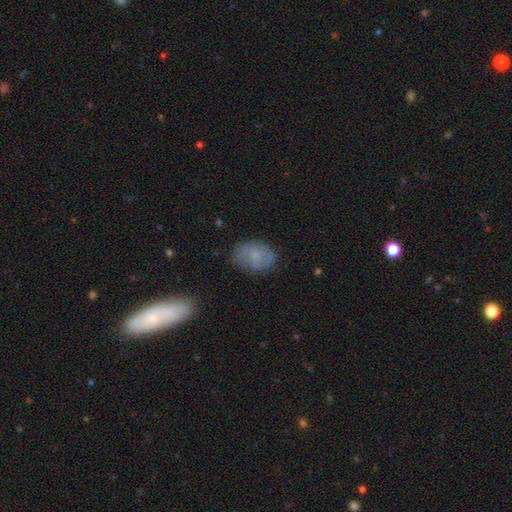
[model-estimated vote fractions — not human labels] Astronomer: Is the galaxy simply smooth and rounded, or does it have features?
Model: smooth — 66%.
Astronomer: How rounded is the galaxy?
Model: in between — 80%.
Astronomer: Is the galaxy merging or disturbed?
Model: none — 67%.